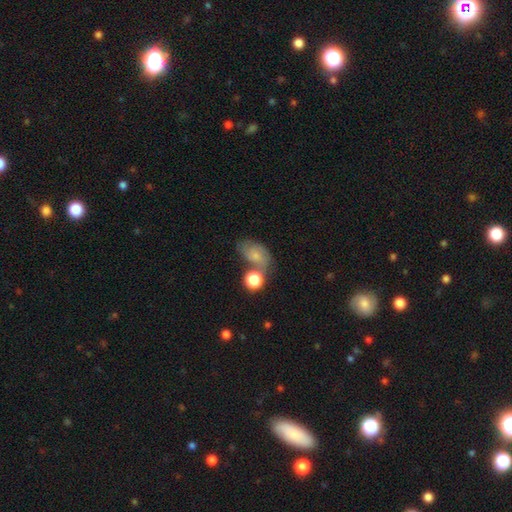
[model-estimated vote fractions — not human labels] smooth 61%, featured or disk 28%, star or artifact 11%. Down the decision tree: how rounded — in between (74%); merging — none (40%).